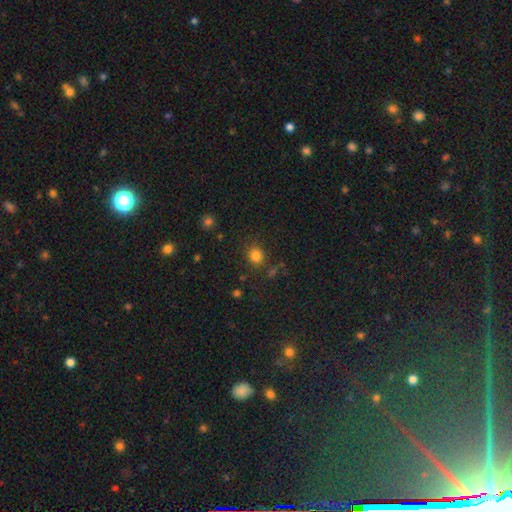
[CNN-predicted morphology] Overall: smooth (80%). How rounded: round (80%). Merging: none (81%).